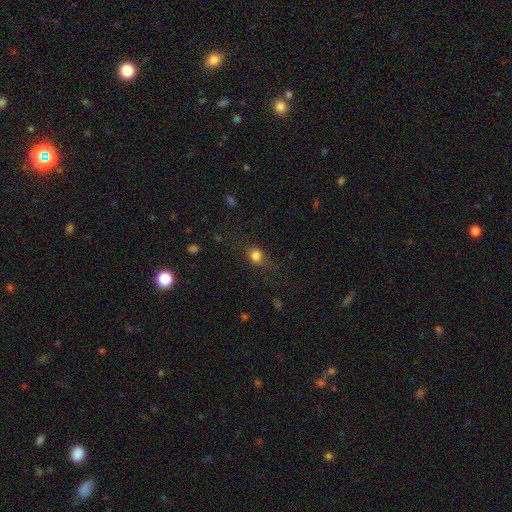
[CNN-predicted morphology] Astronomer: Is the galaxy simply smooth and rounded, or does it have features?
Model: smooth — 80%.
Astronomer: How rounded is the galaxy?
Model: round — 56% (runner-up: in between, 42%).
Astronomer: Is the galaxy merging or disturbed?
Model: none — 70%.